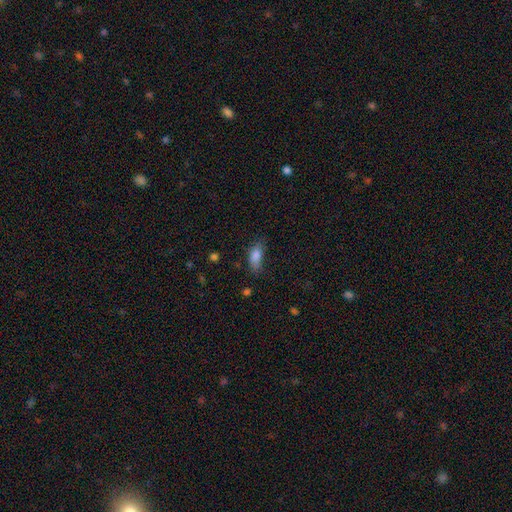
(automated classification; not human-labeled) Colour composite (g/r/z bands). It shows a smooth galaxy with no disk features (82%) that is in between round and cigar-shaped (82%). Merging: none (52%).